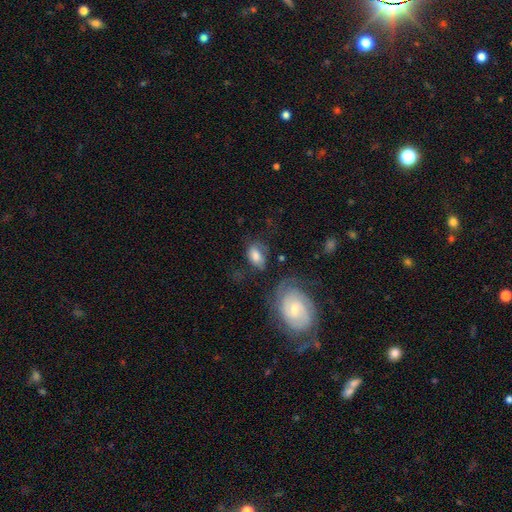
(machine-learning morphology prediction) type=smooth (66%); roundness=in between (85%); merging=none (46%).